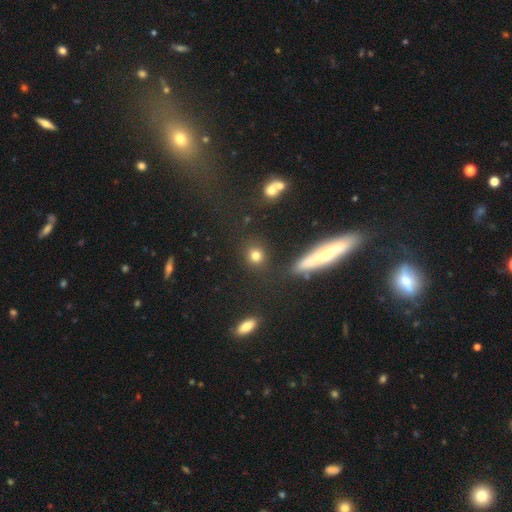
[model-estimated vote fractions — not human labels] The model was most divided on "smooth or featured": smooth: 79%, star or artifact: 13%, featured or disk: 8%. More confident: merging — none (84%); how rounded — round (83%).